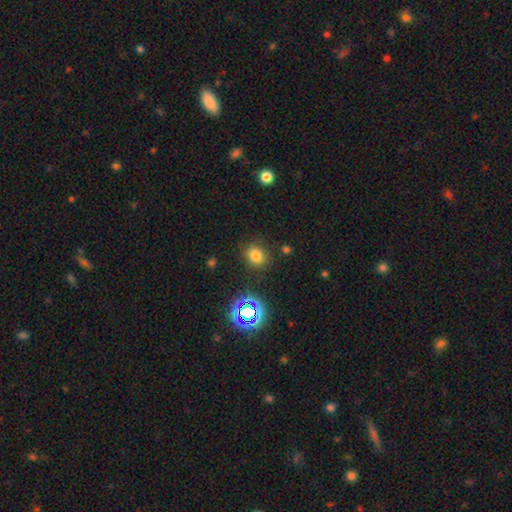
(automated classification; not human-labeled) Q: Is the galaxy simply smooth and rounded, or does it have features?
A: smooth — 75%.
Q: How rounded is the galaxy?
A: round — 67%.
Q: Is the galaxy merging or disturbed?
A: none — 85%.